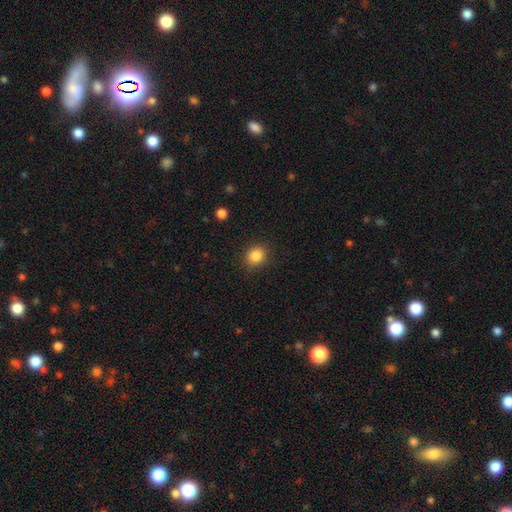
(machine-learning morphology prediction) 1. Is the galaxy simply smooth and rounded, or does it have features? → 85% smooth, 10% star or artifact, 5% featured or disk.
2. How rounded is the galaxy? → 75% round, 24% in between, 1% cigar-shaped.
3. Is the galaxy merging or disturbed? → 88% none, 8% minor disturbance, 3% major disturbance, 1% merger.